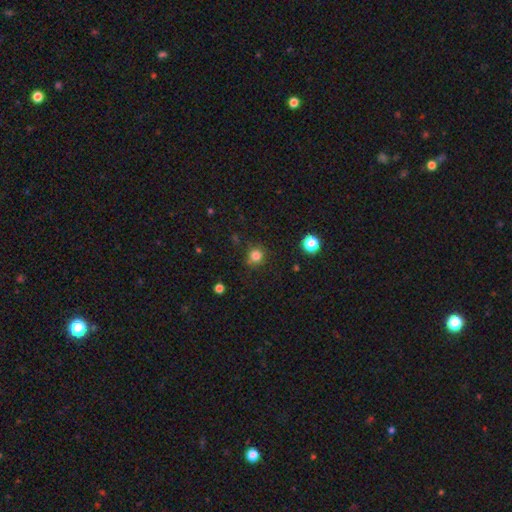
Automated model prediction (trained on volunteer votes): The model was most divided on "smooth or featured": smooth: 81%, star or artifact: 14%, featured or disk: 5%. More confident: how rounded — round (92%); merging — none (81%).